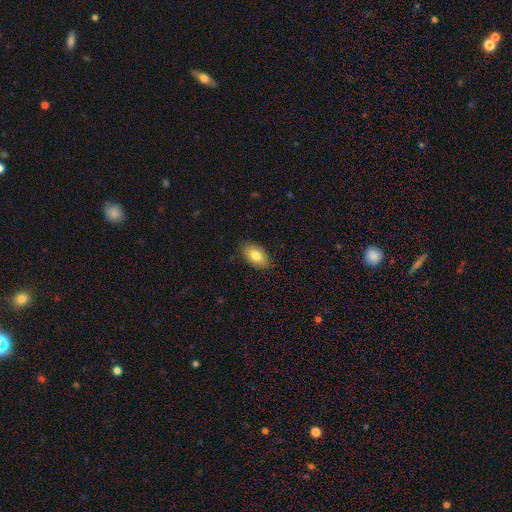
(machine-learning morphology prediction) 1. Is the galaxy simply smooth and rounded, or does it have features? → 80% smooth, 13% featured or disk, 7% star or artifact.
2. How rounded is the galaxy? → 92% in between, 5% round, 2% cigar-shaped.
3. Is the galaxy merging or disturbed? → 87% none, 10% minor disturbance, 2% major disturbance, 1% merger.